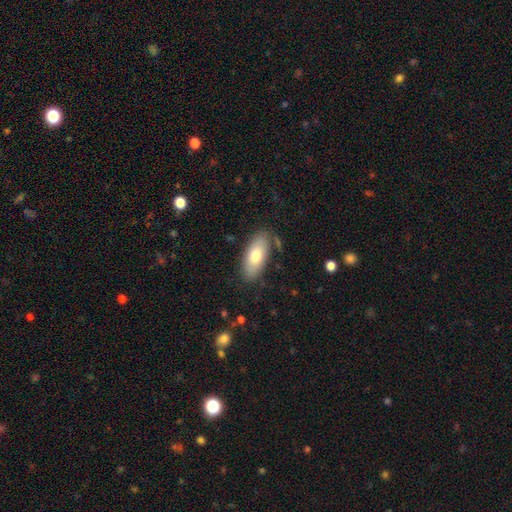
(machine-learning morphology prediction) This appears to be a smooth galaxy with no disk features (74%) that is in between round and cigar-shaped (87%). Merging: none (79%).